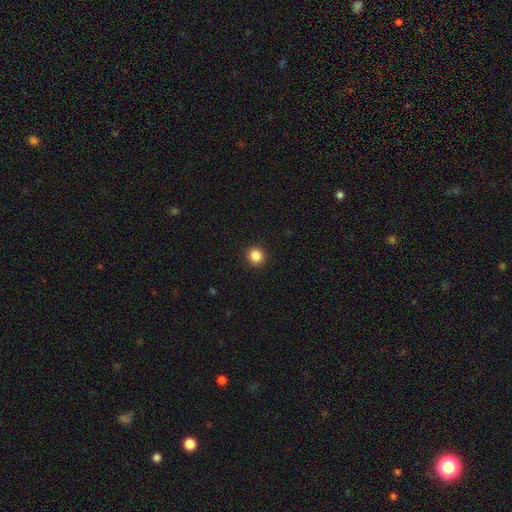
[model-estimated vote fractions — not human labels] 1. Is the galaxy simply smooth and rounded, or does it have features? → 86% smooth, 11% star or artifact, 3% featured or disk.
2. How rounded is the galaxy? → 90% round, 9% in between, 1% cigar-shaped.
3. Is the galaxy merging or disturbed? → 93% none, 5% minor disturbance, 2% major disturbance, 1% merger.